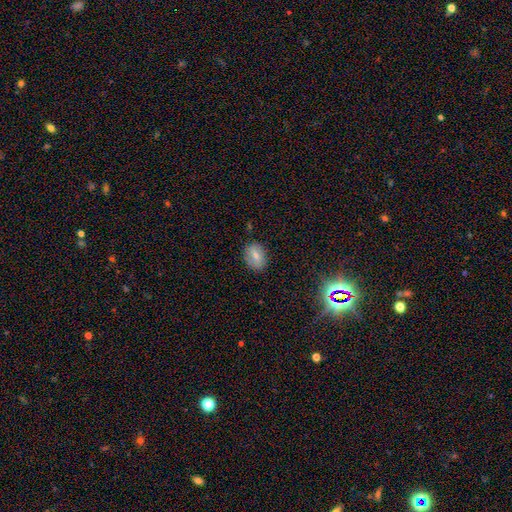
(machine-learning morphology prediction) smooth_or_featured: smooth (p=0.70) [alt: featured or disk p=0.20]
how_rounded: in between (p=0.72) [alt: round p=0.26]
merging: none (p=0.81) [alt: minor disturbance p=0.15]